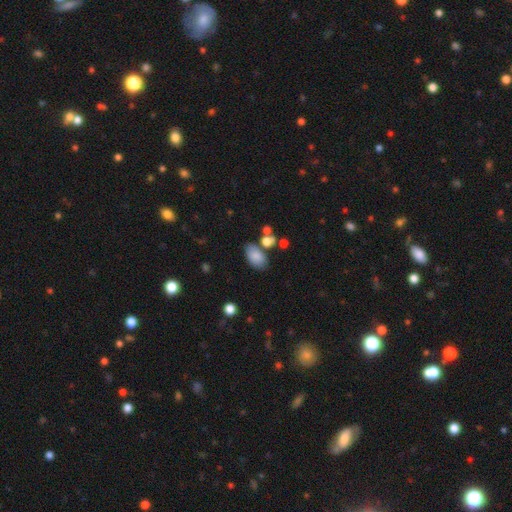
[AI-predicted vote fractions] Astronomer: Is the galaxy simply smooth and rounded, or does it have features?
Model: smooth — 82%.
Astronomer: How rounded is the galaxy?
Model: in between — 92%.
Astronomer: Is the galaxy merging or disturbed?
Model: none — 69%.